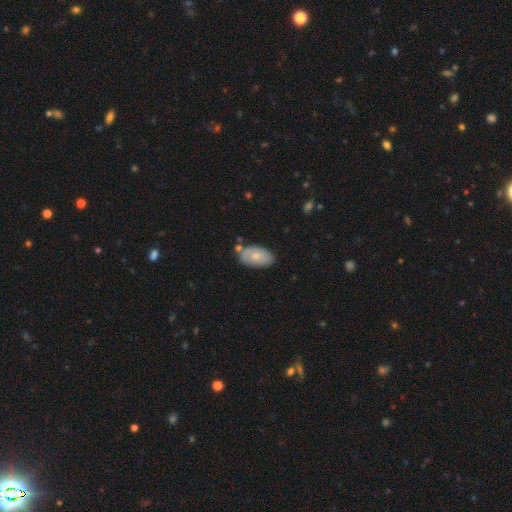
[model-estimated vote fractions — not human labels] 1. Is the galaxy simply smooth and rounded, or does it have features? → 70% smooth, 24% featured or disk, 6% star or artifact.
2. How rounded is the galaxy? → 94% in between, 4% round, 2% cigar-shaped.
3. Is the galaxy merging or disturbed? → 70% none, 20% minor disturbance, 6% merger, 4% major disturbance.